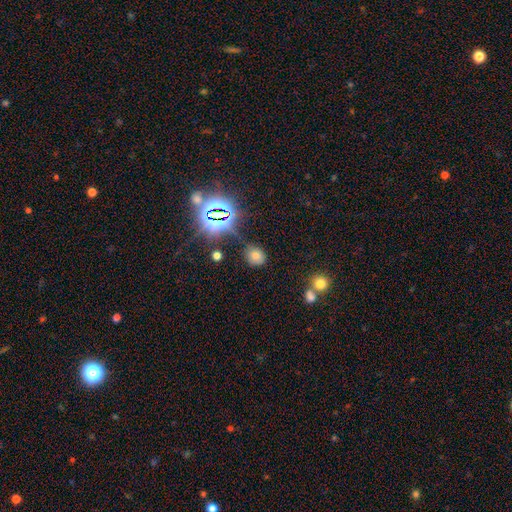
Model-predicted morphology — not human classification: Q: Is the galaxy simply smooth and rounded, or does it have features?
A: smooth — 56%.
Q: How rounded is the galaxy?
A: round — 66%.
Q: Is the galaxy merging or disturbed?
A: none — 75%.